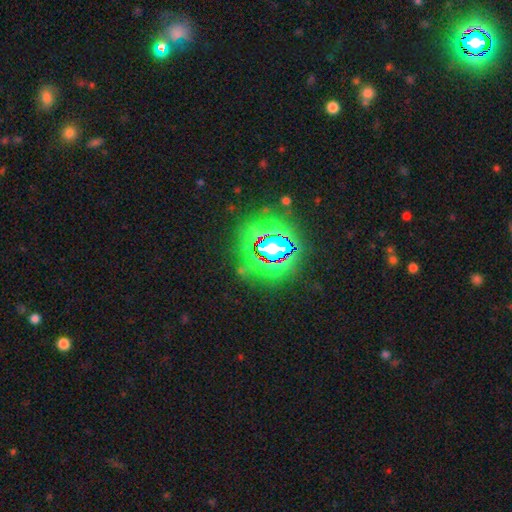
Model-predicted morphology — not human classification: Q: Smooth or featured?
A: star or artifact (84%); runner-up: smooth (9%)